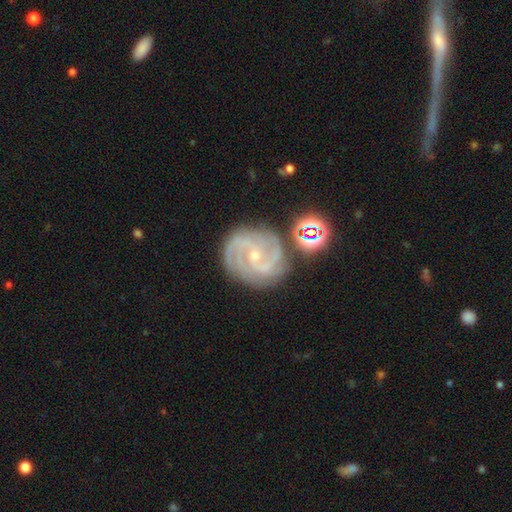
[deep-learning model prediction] This appears to be a featured or disk galaxy (88%) with no bar (51%), 2 (37%) tight (51%) spiral arms (98%) and a small central bulge (79%). Merging: none (75%).